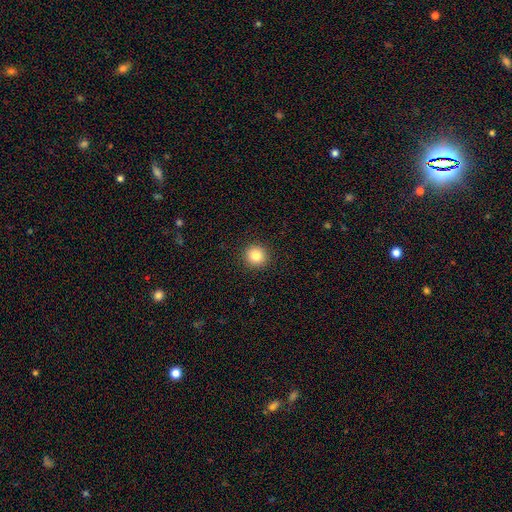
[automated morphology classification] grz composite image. It shows a smooth galaxy with no disk features (84%) that is round (94%). Merging: none (92%).